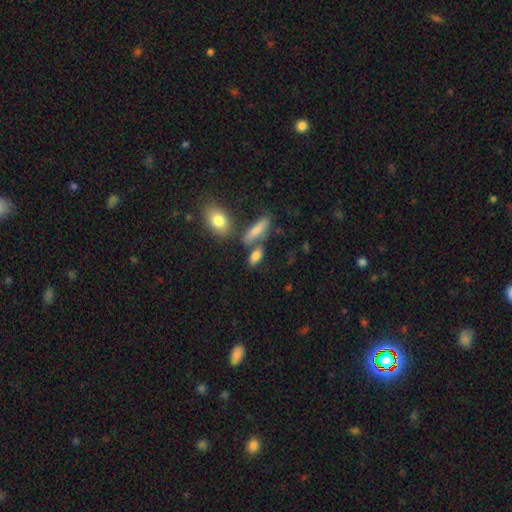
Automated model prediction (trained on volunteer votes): A smooth galaxy with no disk features (78%) that is in between round and cigar-shaped (71%). Merging: none (60%).